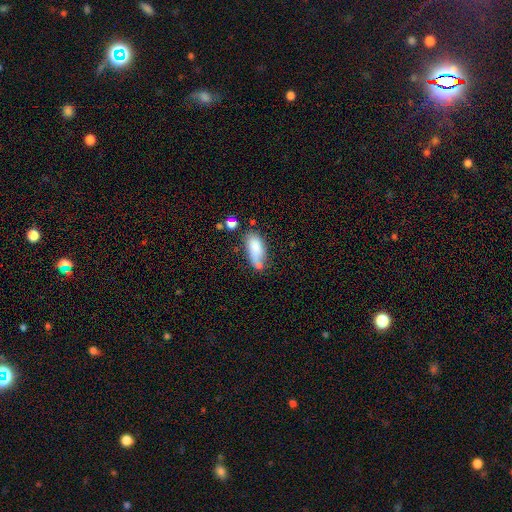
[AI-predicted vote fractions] smooth-or-featured: smooth: 76% | featured or disk: 16% | star or artifact: 8%
  how-rounded: in between: 82% | cigar-shaped: 15% | round: 3%
  merging: none: 40% | minor disturbance: 26% | merger: 19% | major disturbance: 14%